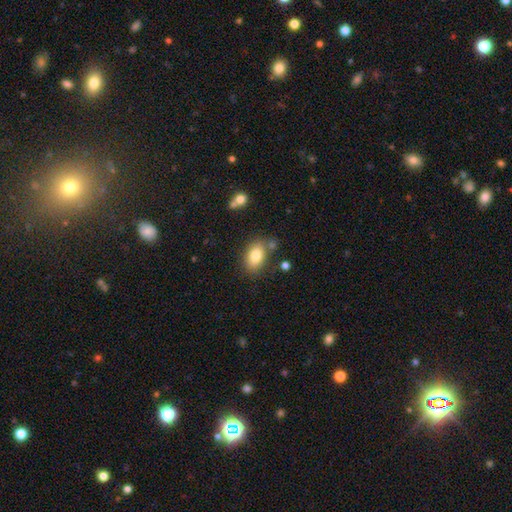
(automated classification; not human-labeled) Morphology: type=smooth (82%); roundness=in between (88%); merging=none (73%).